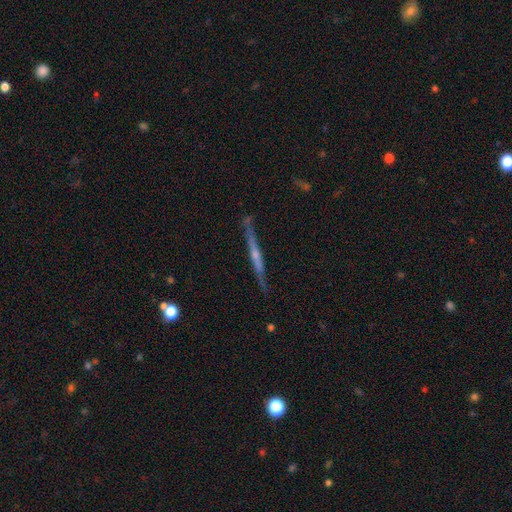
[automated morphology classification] A featured or disk galaxy (72%) viewed edge-on (96%) with a rounded central bulge (51%).

Vote fractions:
- Smooth or featured? featured or disk: 72% / smooth: 22% / star or artifact: 6%
- Edge-on disk? yes: 96% / no: 4%
- Edge-on bulge? rounded: 51% / none: 40% / boxy: 10%
- Merging? none: 82% / minor disturbance: 14% / major disturbance: 3% / merger: 2%